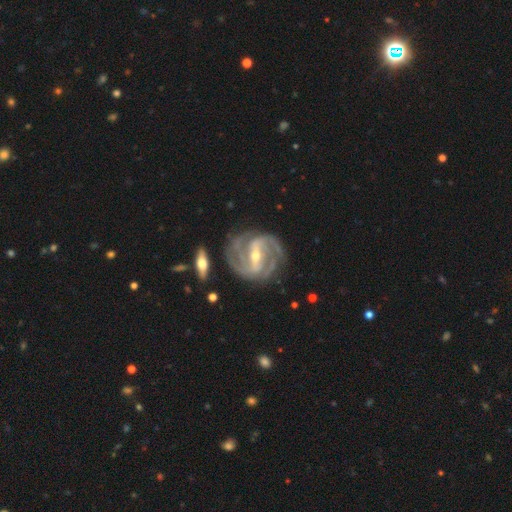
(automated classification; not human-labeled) This appears to be a featured or disk galaxy (92%) with a strong bar (66%), 2 (42%) tight (46%) spiral arms (98%) and a small central bulge (52%). Merging: none (76%).